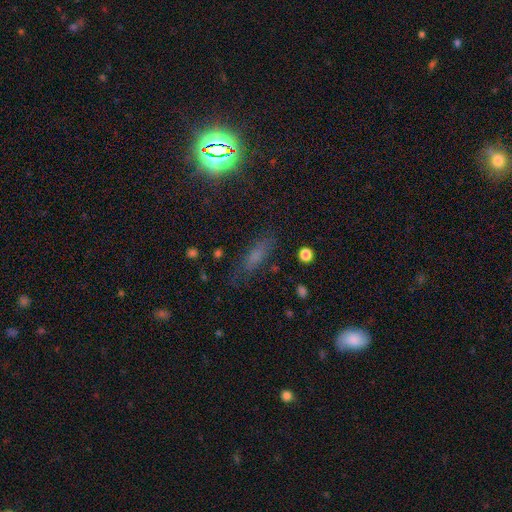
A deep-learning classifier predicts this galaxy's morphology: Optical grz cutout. It shows a smooth galaxy with no disk features (50%). Merging: none (74%).